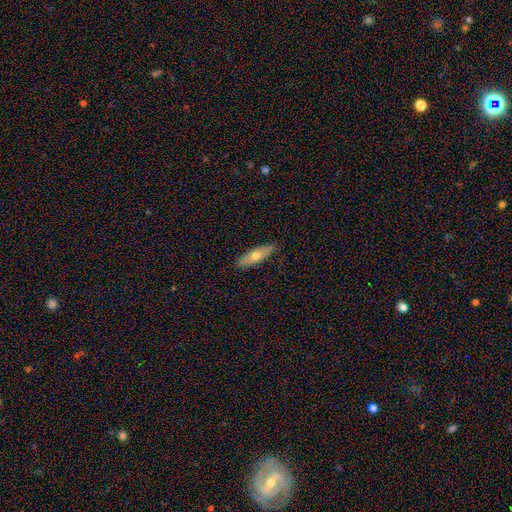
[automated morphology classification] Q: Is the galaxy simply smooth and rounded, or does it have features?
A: smooth — 62%.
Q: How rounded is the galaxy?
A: cigar-shaped — 53%.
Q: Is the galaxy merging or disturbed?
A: none — 88%.